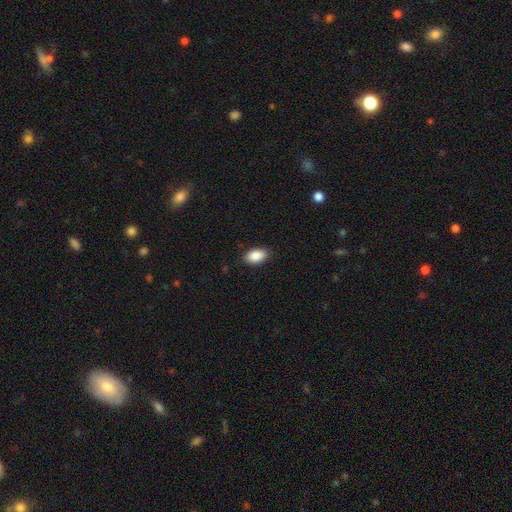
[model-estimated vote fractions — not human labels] Overall: smooth (89%). How rounded: in between (93%). Merging: none (87%).